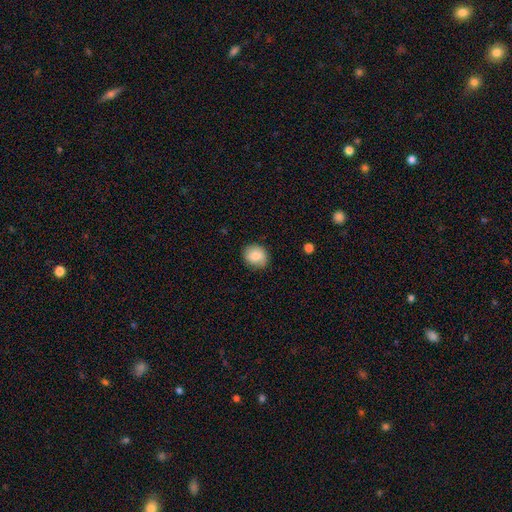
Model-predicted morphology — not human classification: Q: Smooth or featured?
A: smooth (83%); runner-up: featured or disk (9%)
Q: How rounded?
A: round (68%); runner-up: in between (31%)
Q: Merging?
A: none (80%); runner-up: minor disturbance (15%)